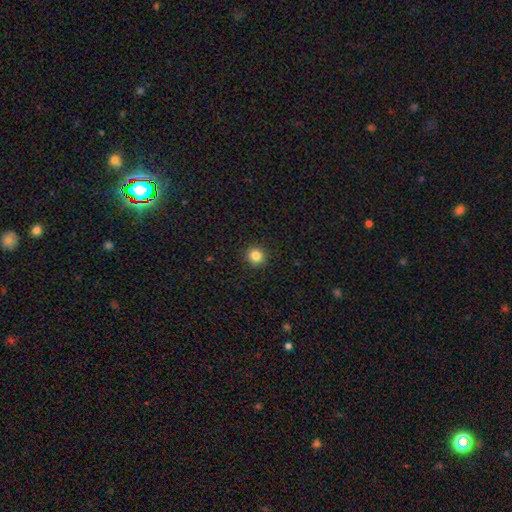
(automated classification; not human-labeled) Smooth or featured: smooth — 84% (star or artifact — 11%)
How rounded: round — 91% (in between — 8%)
Merging: none — 92% (minor disturbance — 5%)